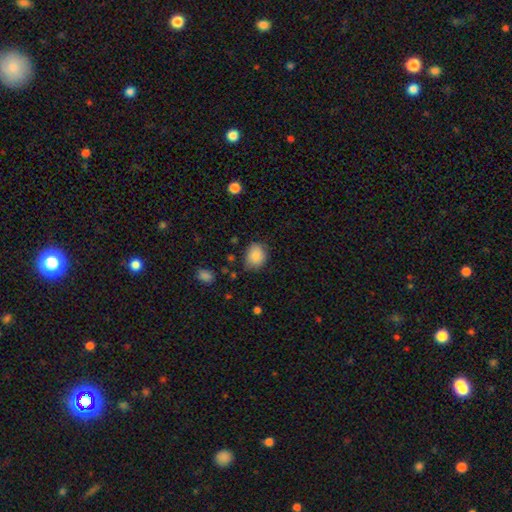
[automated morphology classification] Overall: smooth (85%). How rounded: round (51%; in between 48%). Merging: none (71%).